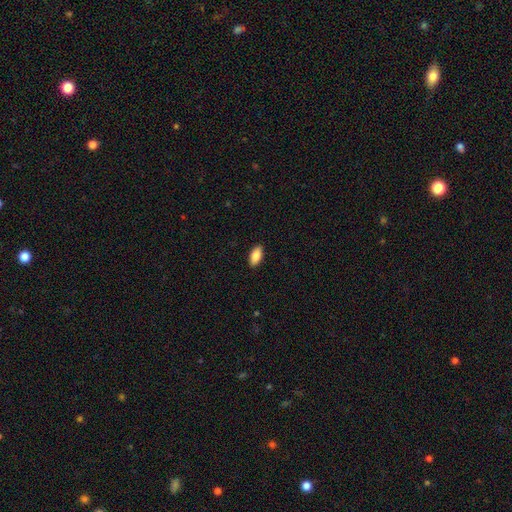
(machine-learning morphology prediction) smooth-or-featured: smooth: 85% | featured or disk: 8% | star or artifact: 6%
  how-rounded: in between: 91% | cigar-shaped: 7% | round: 2%
  merging: none: 90% | minor disturbance: 8% | major disturbance: 2% | merger: 1%